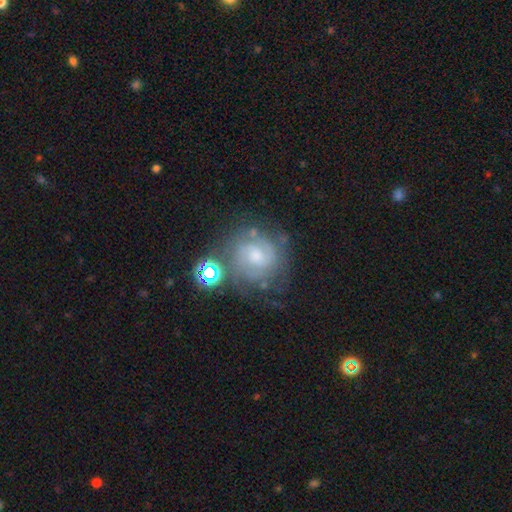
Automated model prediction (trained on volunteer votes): A featured or disk galaxy (71%) with no bar (50%), 2 (44%) tight (56%) spiral arms (88%) and a moderate central bulge (44%).

Vote fractions:
- Smooth or featured? featured or disk: 71% / smooth: 18% / star or artifact: 11%
- Edge-on disk? no: 97% / yes: 3%
- Bar? no: 50% / weak: 42% / strong: 8%
- Spiral arms? yes: 88% / no: 12%
- Spiral winding? tight: 56% / medium: 35% / loose: 9%
- Spiral arm count? 2: 44% / can't tell: 35% / 3: 10% / 1: 4% / 4: 3% / more than 4: 3%
- Bulge size? moderate: 44% / small: 40% / none: 9% / large: 6% / dominant: 1%
- Merging? none: 63% / minor disturbance: 18% / major disturbance: 11% / merger: 8%